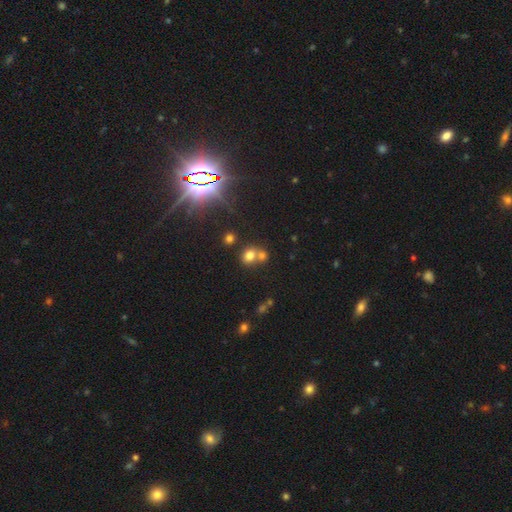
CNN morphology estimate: A smooth galaxy with no disk features (63%) that is round (71%).

Vote fractions:
- Smooth or featured? smooth: 63% / star or artifact: 24% / featured or disk: 13%
- How rounded? round: 71% / in between: 27% / cigar-shaped: 1%
- Merging? merger: 49% / none: 41% / minor disturbance: 6% / major disturbance: 3%